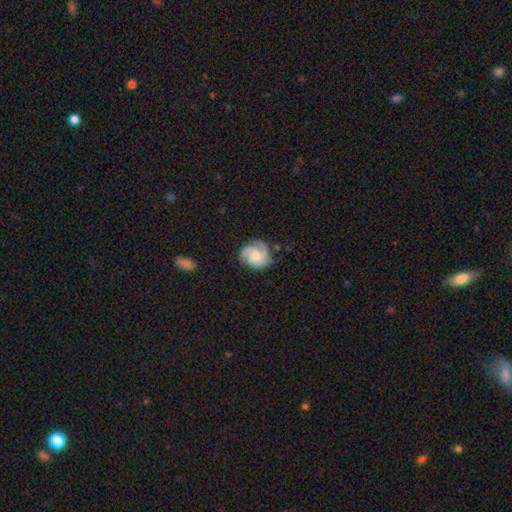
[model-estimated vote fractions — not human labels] Morphology: type=featured or disk (74%); edge-on=no (98%); bar=no (70%); spiral arms=yes (96%); winding=tight (44%); arm count=3 (50%); bulge=small (45%); merging=none (71%).